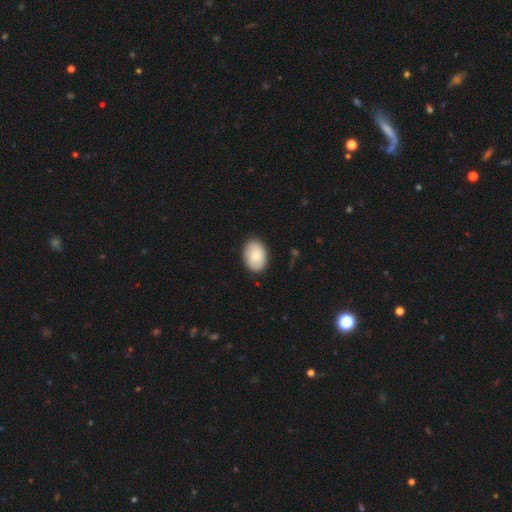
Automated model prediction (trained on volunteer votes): Smooth or featured? Predicted: smooth (p=0.79). How rounded? Predicted: in between (p=0.85). Merging? Predicted: none (p=0.86).